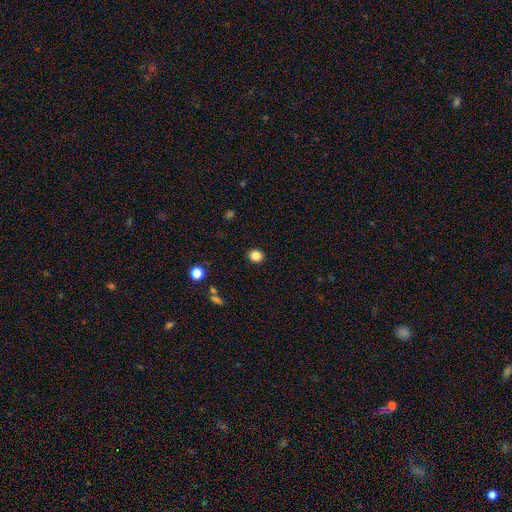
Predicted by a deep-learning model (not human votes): Morphology: type=smooth (85%); roundness=round (75%); merging=none (91%).